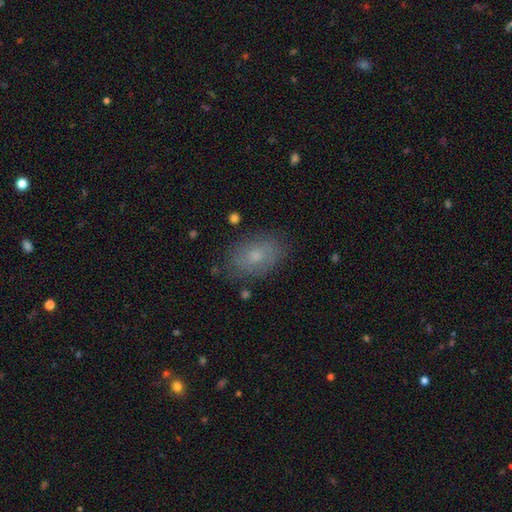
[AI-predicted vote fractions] smooth_or_featured: smooth (p=0.61) [alt: featured or disk p=0.28]
how_rounded: in between (p=0.84) [alt: round p=0.15]
merging: none (p=0.79) [alt: minor disturbance p=0.15]